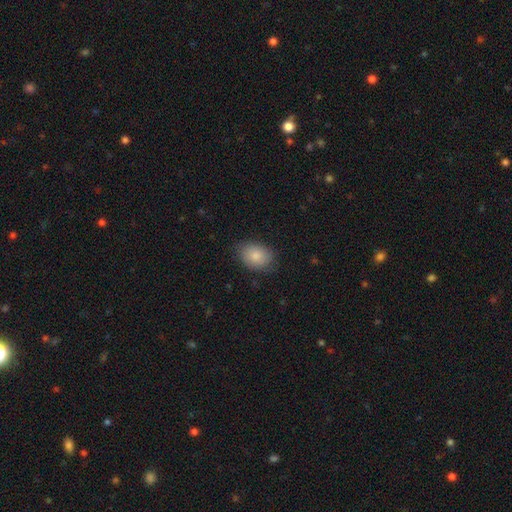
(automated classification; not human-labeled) Smooth or featured? smooth (84%)
How rounded? in between (72%)
Merging? none (78%)